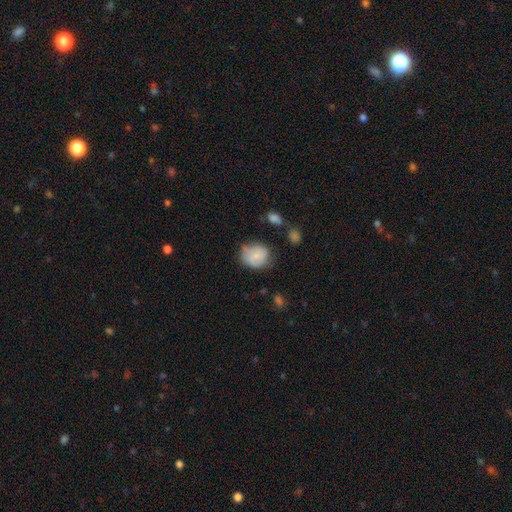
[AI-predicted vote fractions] smooth 76%, featured or disk 16%, star or artifact 8%. Down the decision tree: how rounded — round (62%); merging — none (59%).